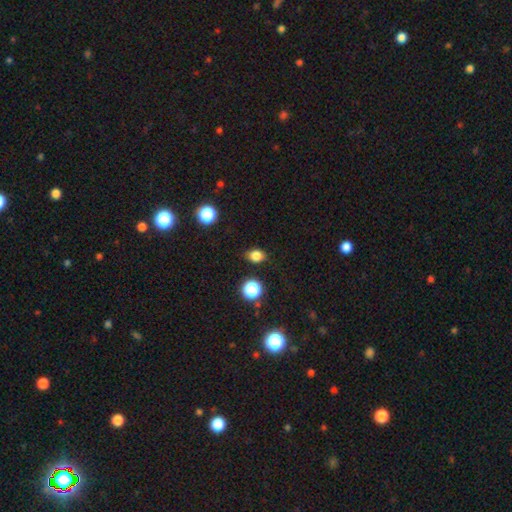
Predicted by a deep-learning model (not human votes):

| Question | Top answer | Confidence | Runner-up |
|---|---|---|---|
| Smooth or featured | smooth | 81% | star or artifact (14%) |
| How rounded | in between | 57% | round (42%) |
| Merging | none | 85% | minor disturbance (11%) |